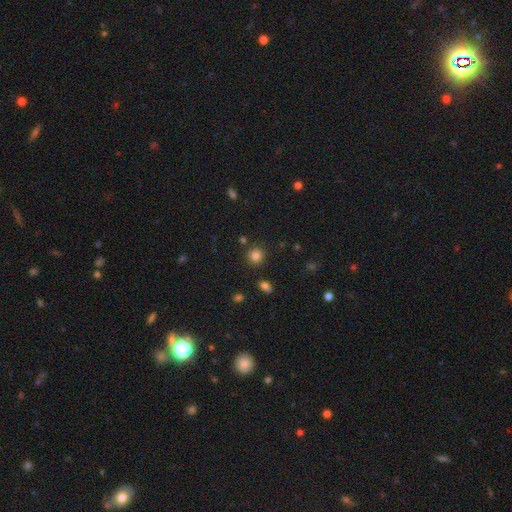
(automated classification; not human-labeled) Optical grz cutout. It shows a smooth galaxy with no disk features (81%) that is round (91%). Merging: none (86%).